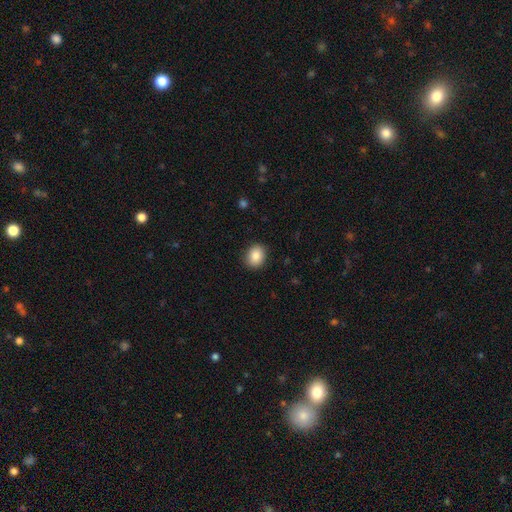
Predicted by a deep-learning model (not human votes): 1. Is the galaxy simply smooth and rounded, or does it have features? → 86% smooth, 8% star or artifact, 5% featured or disk.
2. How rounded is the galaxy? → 54% round, 46% in between, 1% cigar-shaped.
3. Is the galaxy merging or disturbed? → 89% none, 8% minor disturbance, 2% major disturbance, 1% merger.